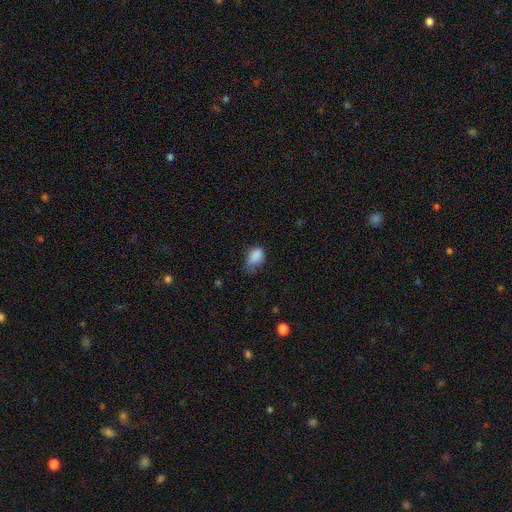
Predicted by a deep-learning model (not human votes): smooth 83%, star or artifact 9%, featured or disk 7%. Down the decision tree: how rounded — in between (79%); merging — minor disturbance (44%).